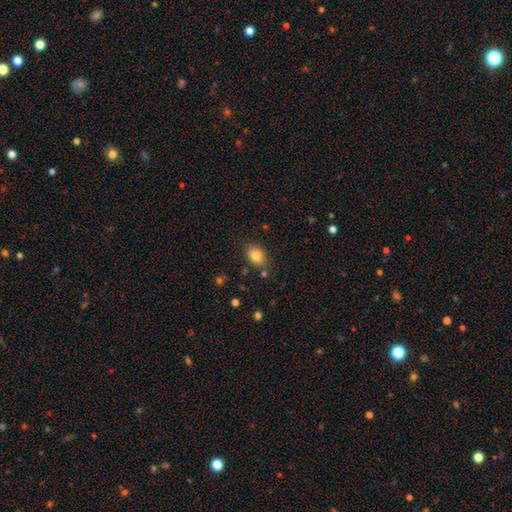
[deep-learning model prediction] A smooth galaxy with no disk features (82%) that is in between round and cigar-shaped (75%).

Vote fractions:
- Smooth or featured? smooth: 82% / star or artifact: 10% / featured or disk: 9%
- How rounded? in between: 75% / round: 24% / cigar-shaped: 1%
- Merging? none: 79% / minor disturbance: 13% / merger: 4% / major disturbance: 3%